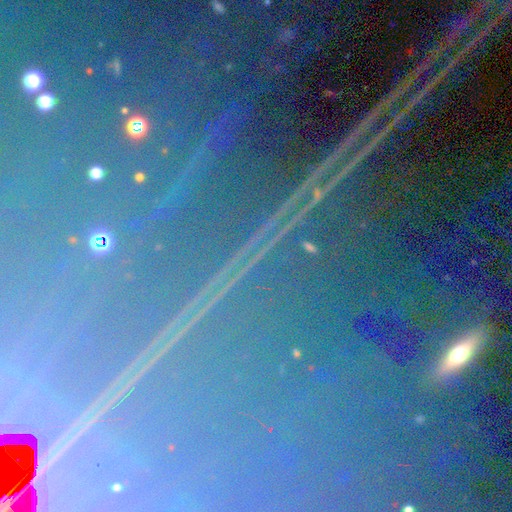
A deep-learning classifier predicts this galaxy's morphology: A star or artifact, not a galaxy (88%).

Vote fractions:
- Smooth or featured? star or artifact: 88% / featured or disk: 7% / smooth: 5%